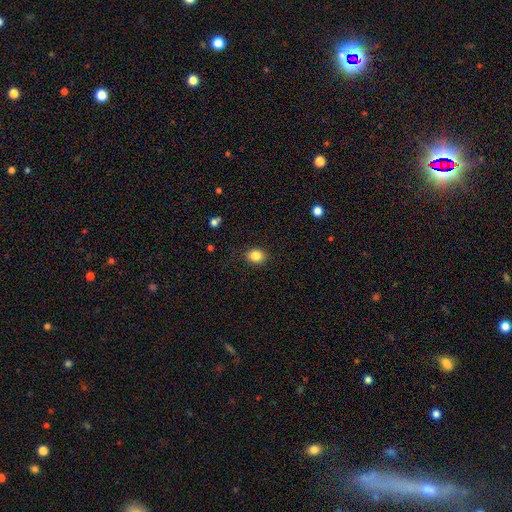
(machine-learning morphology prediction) Smooth or featured? smooth (85%)
How rounded? round (51%)
Merging? none (85%)